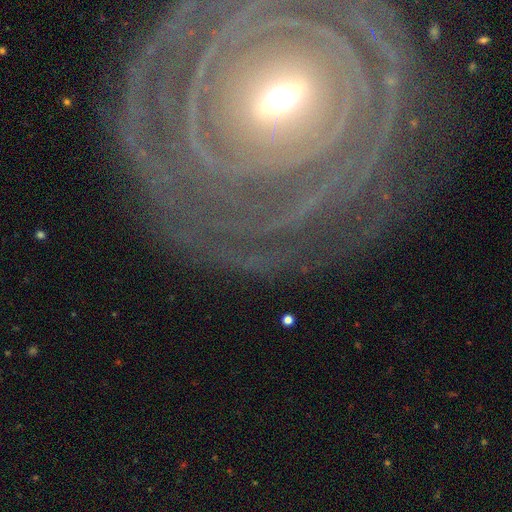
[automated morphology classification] Smooth or featured? Predicted: featured or disk (p=0.86). Edge-on disk? Predicted: no (p=0.95). Bar? Predicted: strong (p=0.37). Spiral arms? Predicted: yes (p=0.91). Spiral winding? Predicted: tight (p=0.88). Spiral arm count? Predicted: can't tell (p=0.33). Bulge size? Predicted: moderate (p=0.57). Merging? Predicted: none (p=0.79).